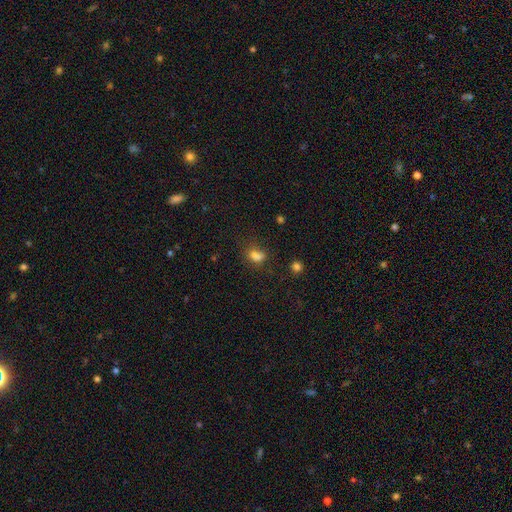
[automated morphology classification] This is likely a smooth galaxy (74%). How rounded: likely in between (61%). Merging: marginally none (41%).